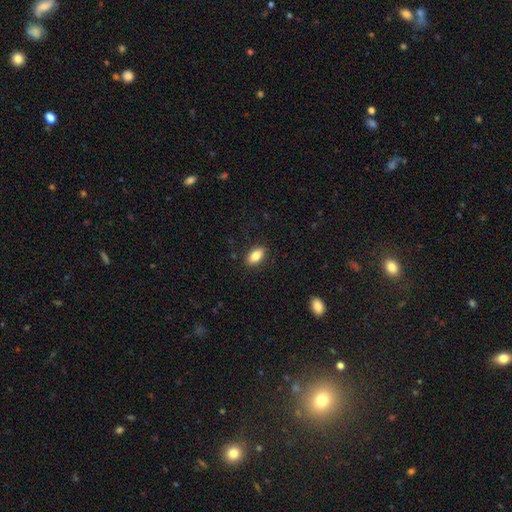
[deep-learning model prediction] Smooth or featured? Predicted: smooth (p=0.85). How rounded? Predicted: in between (p=0.90). Merging? Predicted: none (p=0.88).